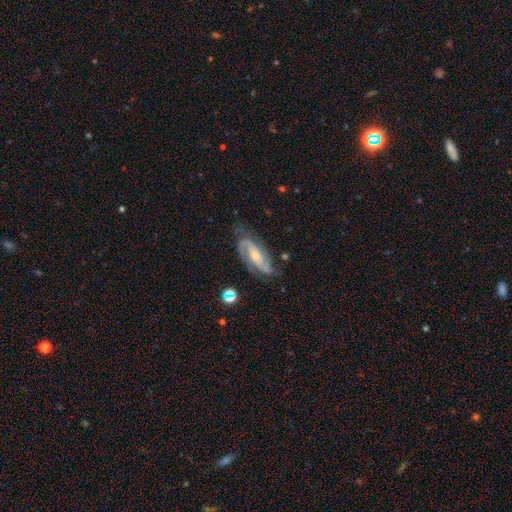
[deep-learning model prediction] This is clearly a featured or disk galaxy (86%). It is clearly not viewed edge-on (94%). Bar: marginally no (45%). Spiral arm pattern: clearly yes (97%). Spiral arm count: clearly 2 (82%). Spiral winding: possibly medium (48%). Central bulge: possibly small (49%). Merging: likely none (71%).